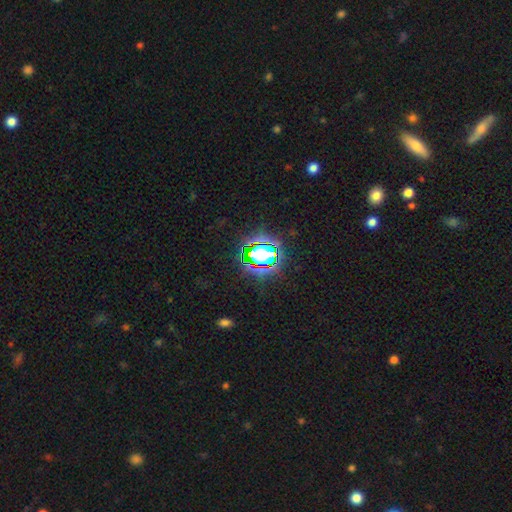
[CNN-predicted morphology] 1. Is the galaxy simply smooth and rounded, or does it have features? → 68% star or artifact, 20% smooth, 12% featured or disk.